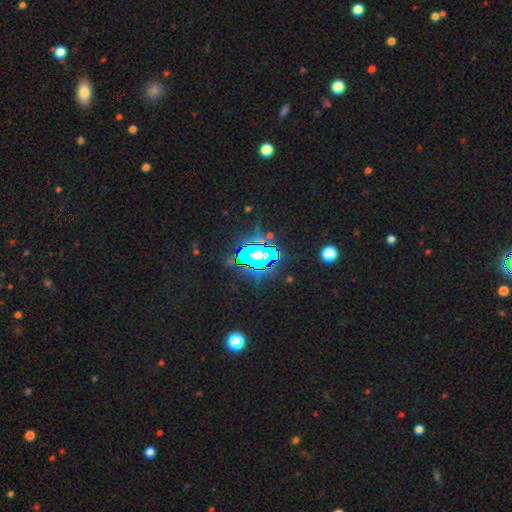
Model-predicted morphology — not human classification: star or artifact 76%, smooth 14%, featured or disk 10%.